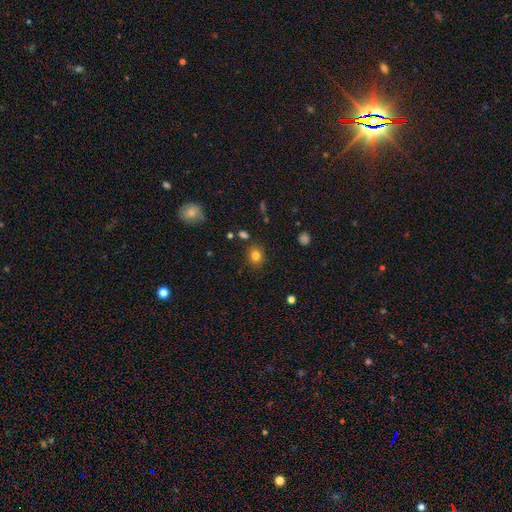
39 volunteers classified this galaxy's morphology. This appears to be a smooth galaxy with no disk features (85%) that is round (70%). Merging: none (81%).